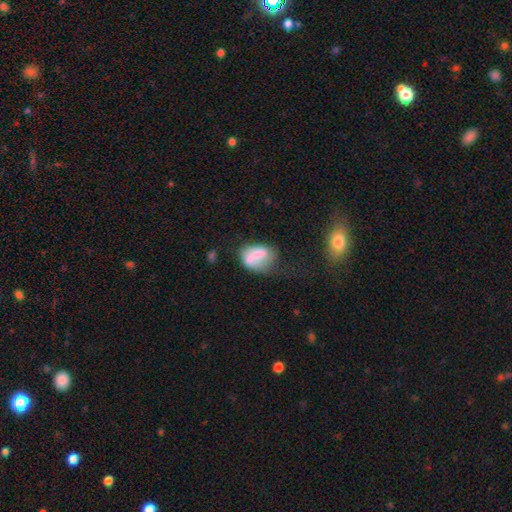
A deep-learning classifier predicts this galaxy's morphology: Smooth or featured?
  - smooth: 63% *
  - featured or disk: 29%
  - star or artifact: 8%
How rounded?
  - in between: 74% *
  - round: 25%
  - cigar-shaped: 2%
Merging?
  - none: 31% *
  - merger: 25%
  - minor disturbance: 25%
  - major disturbance: 20%